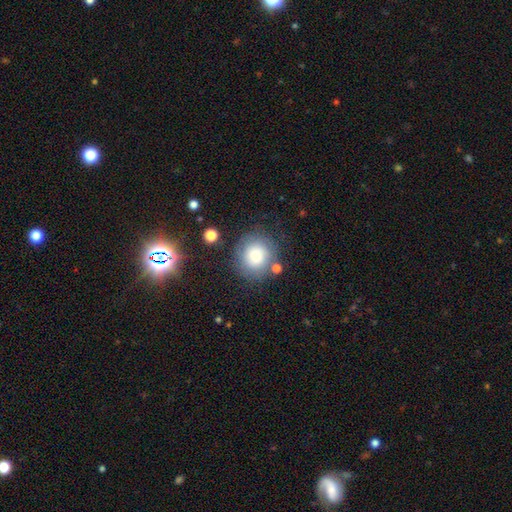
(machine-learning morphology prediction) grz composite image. It shows a smooth galaxy with no disk features (79%) that is round (89%). Merging: none (72%).